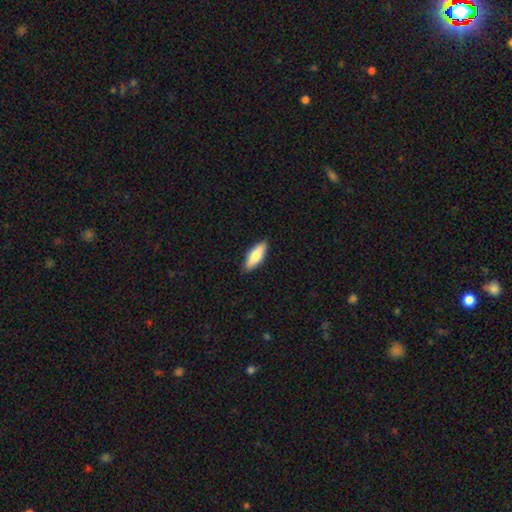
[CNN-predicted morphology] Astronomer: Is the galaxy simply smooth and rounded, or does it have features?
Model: smooth — 71%.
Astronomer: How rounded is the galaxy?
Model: in between — 64%.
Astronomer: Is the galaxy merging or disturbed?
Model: none — 89%.